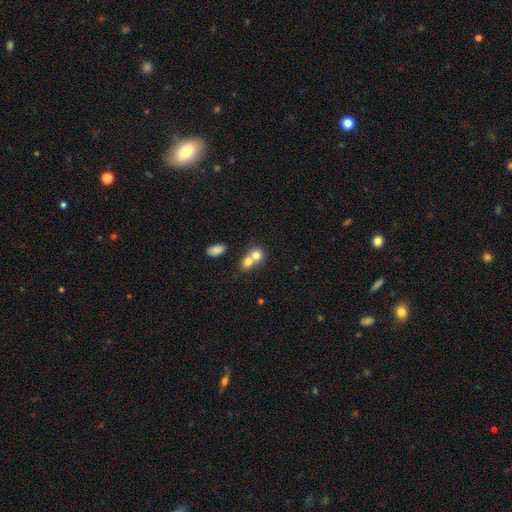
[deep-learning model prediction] smooth-or-featured: smooth: 75% | featured or disk: 15% | star or artifact: 10%
  how-rounded: round: 68% | in between: 31% | cigar-shaped: 1%
  merging: merger: 66% | none: 26% | minor disturbance: 5% | major disturbance: 3%